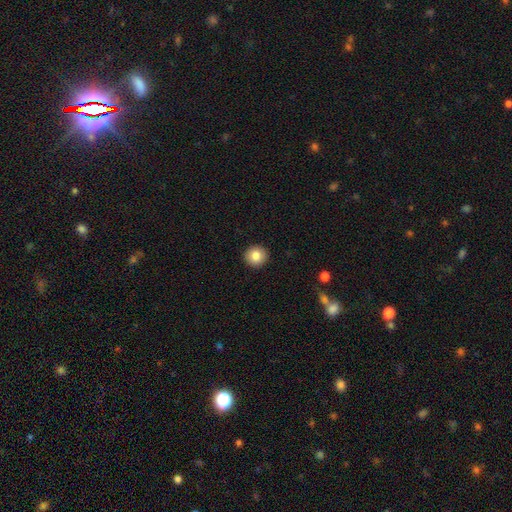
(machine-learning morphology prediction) smooth_or_featured: smooth (p=0.84) [alt: star or artifact p=0.09]
how_rounded: round (p=0.92) [alt: in between p=0.07]
merging: none (p=0.93) [alt: minor disturbance p=0.05]